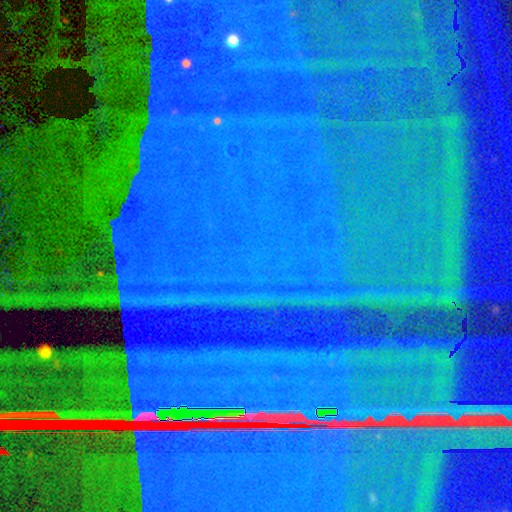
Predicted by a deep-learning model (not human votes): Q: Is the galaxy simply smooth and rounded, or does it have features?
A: star or artifact — 88%.